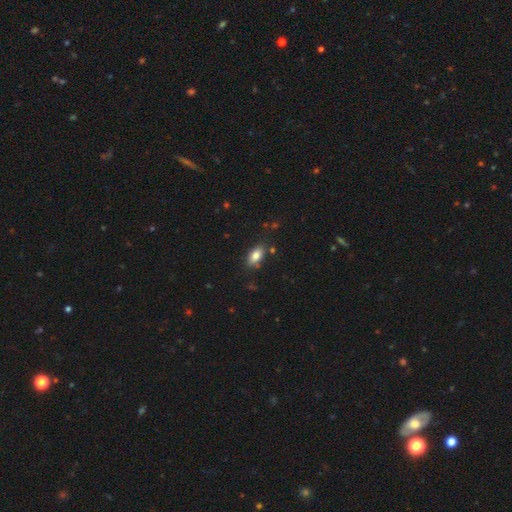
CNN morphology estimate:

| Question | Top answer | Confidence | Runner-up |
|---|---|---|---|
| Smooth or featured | smooth | 82% | featured or disk (10%) |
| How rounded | in between | 89% | cigar-shaped (6%) |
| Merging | none | 81% | minor disturbance (13%) |